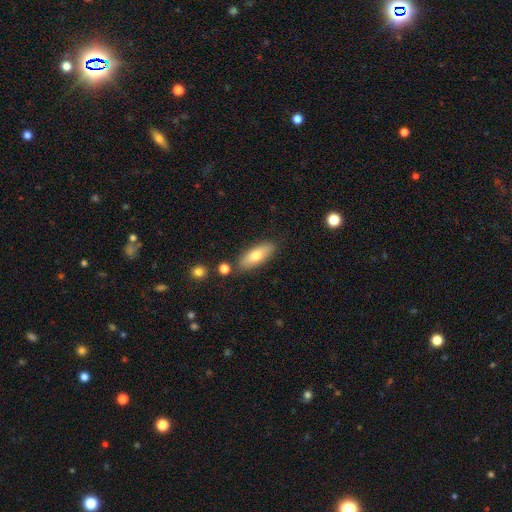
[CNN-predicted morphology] Smooth or featured?
  - smooth: 72% *
  - featured or disk: 22%
  - star or artifact: 6%
How rounded?
  - in between: 68% *
  - cigar-shaped: 29%
  - round: 3%
Merging?
  - none: 80% *
  - minor disturbance: 12%
  - merger: 5%
  - major disturbance: 3%